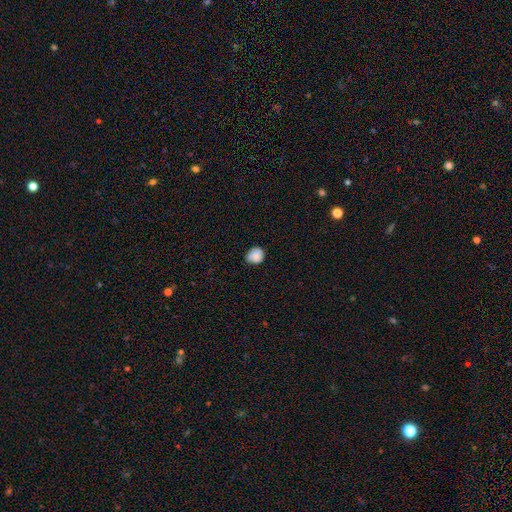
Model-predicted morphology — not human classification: A smooth galaxy with no disk features (87%) that is round (75%).

Vote fractions:
- Smooth or featured? smooth: 87% / star or artifact: 8% / featured or disk: 5%
- How rounded? round: 75% / in between: 25% / cigar-shaped: 1%
- Merging? none: 70% / minor disturbance: 25% / major disturbance: 4% / merger: 1%